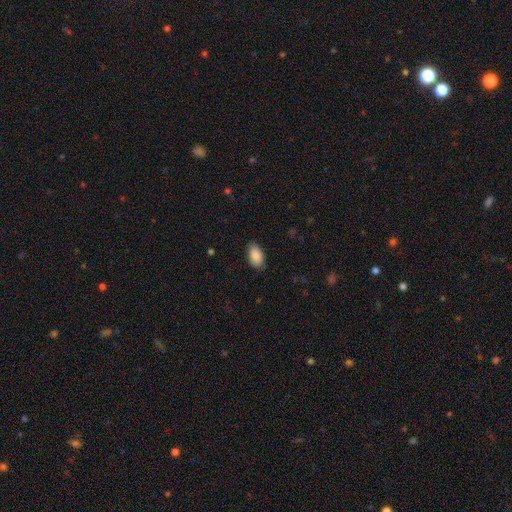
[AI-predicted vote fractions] A smooth galaxy with no disk features (89%) that is in between round and cigar-shaped (94%).

Vote fractions:
- Smooth or featured? smooth: 89% / star or artifact: 6% / featured or disk: 5%
- How rounded? in between: 94% / round: 4% / cigar-shaped: 2%
- Merging? none: 82% / minor disturbance: 14% / major disturbance: 3% / merger: 1%